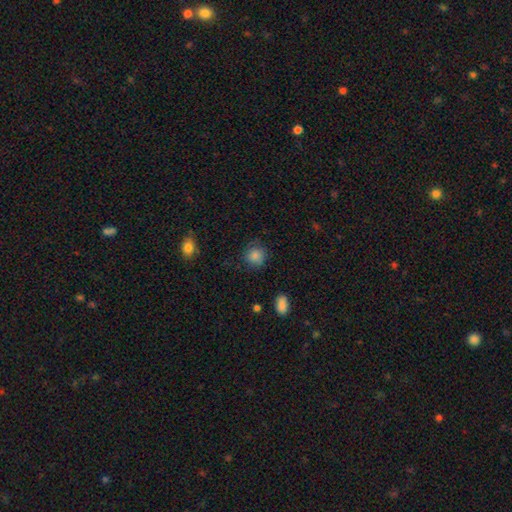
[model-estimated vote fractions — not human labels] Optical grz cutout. It shows a smooth galaxy with no disk features (84%) that is round (86%). Merging: none (77%).